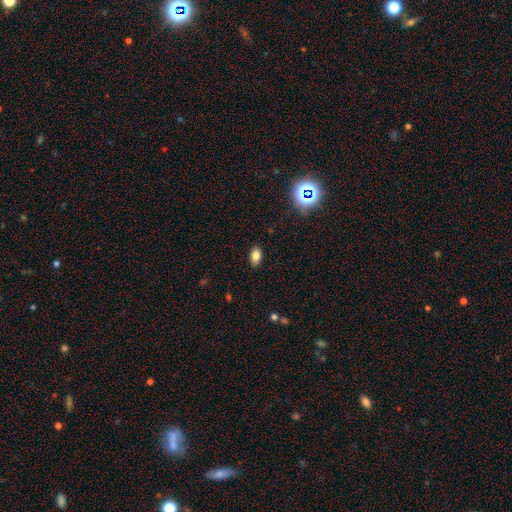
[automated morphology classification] A smooth galaxy with no disk features (81%) that is in between round and cigar-shaped (87%).

Vote fractions:
- Smooth or featured? smooth: 81% / star or artifact: 11% / featured or disk: 8%
- How rounded? in between: 87% / round: 11% / cigar-shaped: 2%
- Merging? none: 87% / minor disturbance: 10% / major disturbance: 2% / merger: 1%